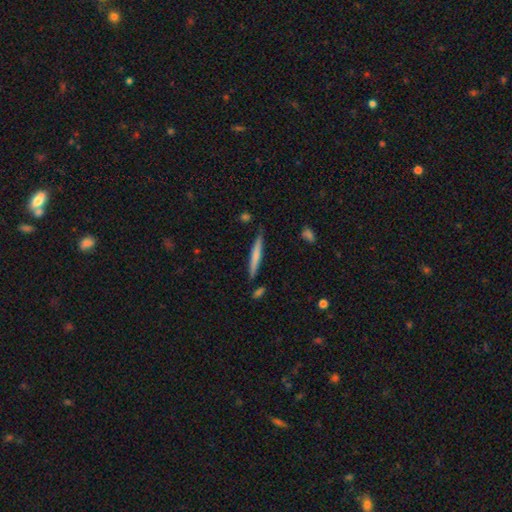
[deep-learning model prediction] Smooth or featured: smooth — 64% (featured or disk — 31%)
How rounded: cigar-shaped — 95% (in between — 4%)
Merging: none — 84% (minor disturbance — 11%)